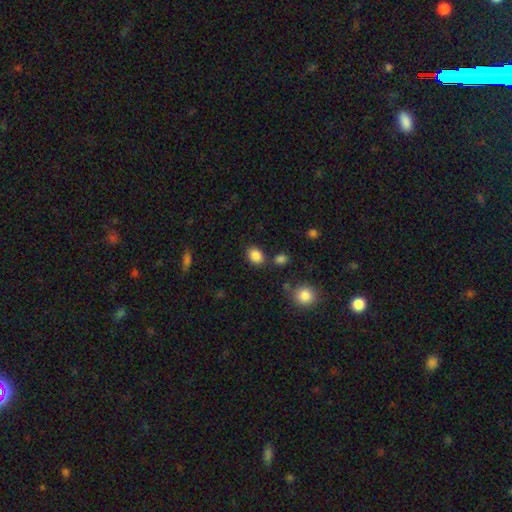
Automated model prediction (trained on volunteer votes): Smooth or featured: smooth — 87% (star or artifact — 9%)
How rounded: in between — 70% (round — 29%)
Merging: none — 78% (minor disturbance — 12%)